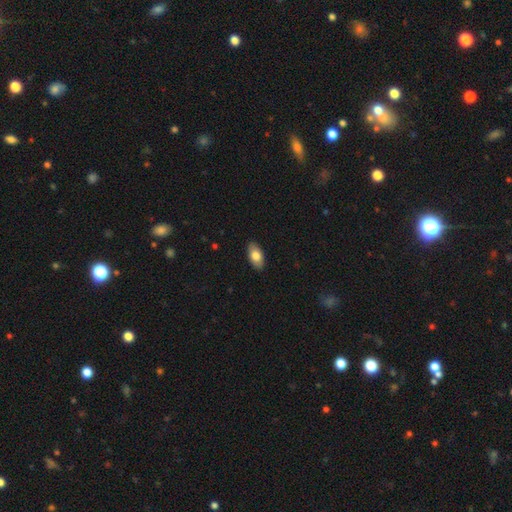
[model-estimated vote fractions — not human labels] Smooth or featured?
  - smooth: 80% *
  - featured or disk: 14%
  - star or artifact: 6%
How rounded?
  - in between: 93% *
  - cigar-shaped: 4%
  - round: 3%
Merging?
  - none: 89% *
  - minor disturbance: 8%
  - major disturbance: 2%
  - merger: 1%